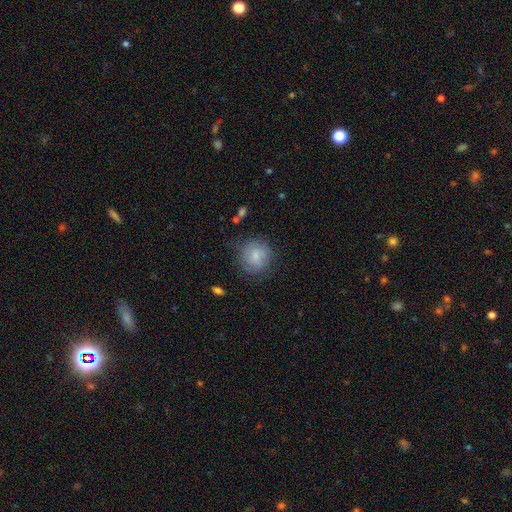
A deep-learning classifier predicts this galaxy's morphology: smooth_or_featured: smooth (p=0.71) [alt: featured or disk p=0.21]
how_rounded: round (p=0.89) [alt: in between p=0.10]
merging: none (p=0.70) [alt: minor disturbance p=0.20]